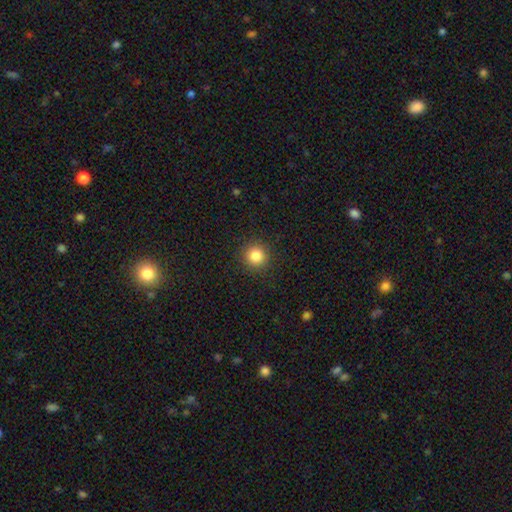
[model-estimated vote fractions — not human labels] Morphology: type=smooth (84%); roundness=round (94%); merging=none (91%).